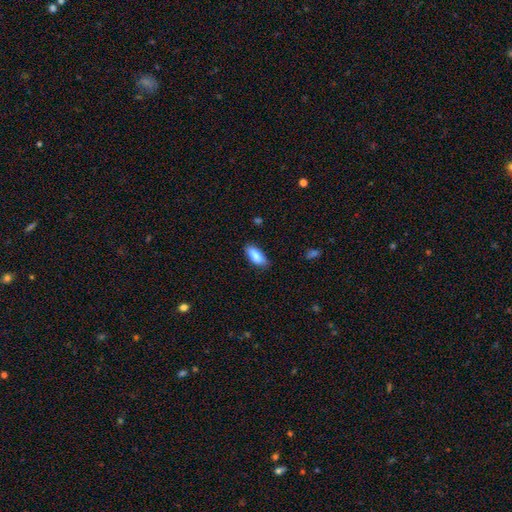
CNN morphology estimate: smooth_or_featured: smooth (p=0.84) [alt: featured or disk p=0.09]
how_rounded: in between (p=0.77) [alt: cigar-shaped p=0.20]
merging: none (p=0.78) [alt: minor disturbance p=0.17]